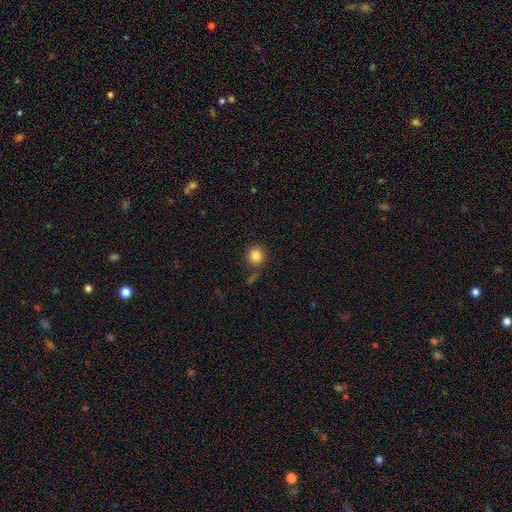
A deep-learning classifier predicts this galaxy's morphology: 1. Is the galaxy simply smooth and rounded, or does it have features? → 85% smooth, 10% star or artifact, 5% featured or disk.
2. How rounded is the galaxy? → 92% round, 7% in between, 1% cigar-shaped.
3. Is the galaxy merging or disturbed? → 81% none, 9% minor disturbance, 6% merger, 3% major disturbance.